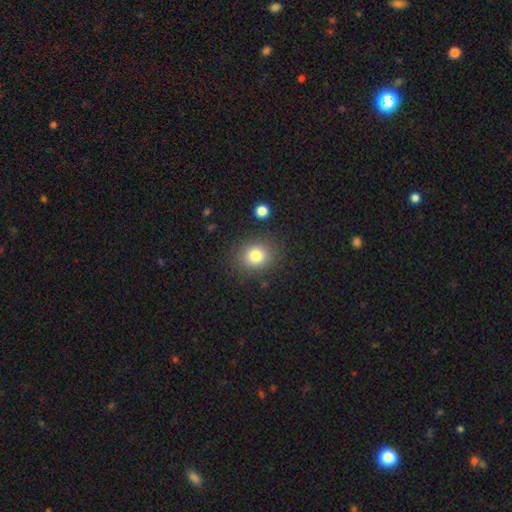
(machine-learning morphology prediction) Smooth or featured?
  - smooth: 81% *
  - star or artifact: 11%
  - featured or disk: 7%
How rounded?
  - round: 72% *
  - in between: 27%
  - cigar-shaped: 1%
Merging?
  - none: 85% *
  - minor disturbance: 9%
  - major disturbance: 3%
  - merger: 3%